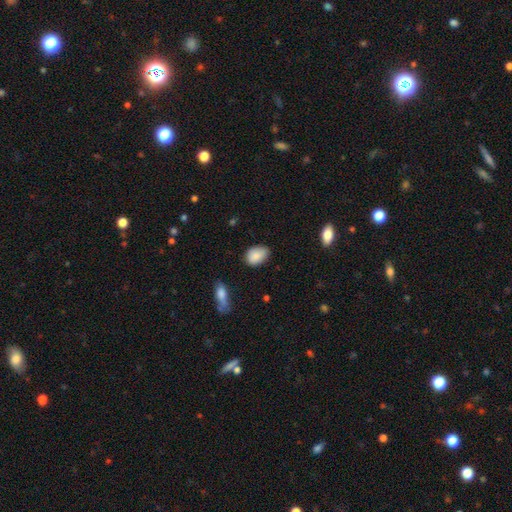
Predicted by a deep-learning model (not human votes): Overall: smooth (87%). How rounded: in between (85%). Merging: none (73%).